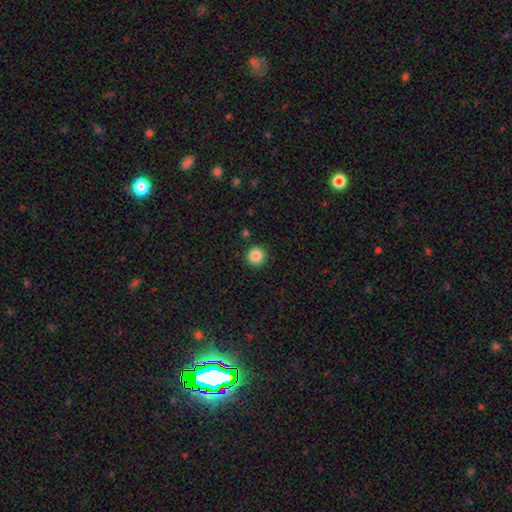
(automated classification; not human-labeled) A smooth galaxy with no disk features (87%) that is round (93%).

Vote fractions:
- Smooth or featured? smooth: 87% / star or artifact: 10% / featured or disk: 3%
- How rounded? round: 93% / in between: 6% / cigar-shaped: 1%
- Merging? none: 91% / minor disturbance: 6% / major disturbance: 2% / merger: 1%